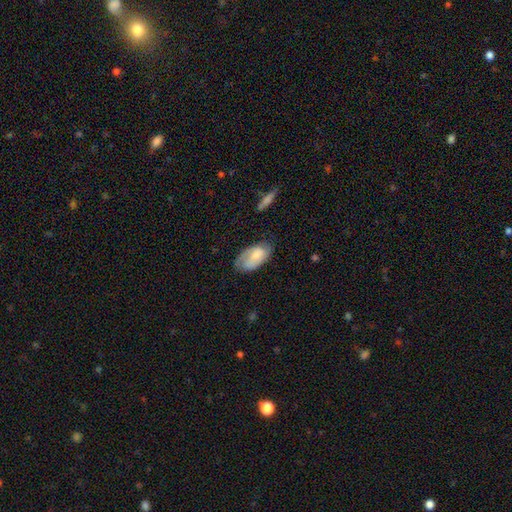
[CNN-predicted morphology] Smooth or featured? Predicted: smooth (p=0.60). How rounded? Predicted: in between (p=0.93). Merging? Predicted: none (p=0.54).